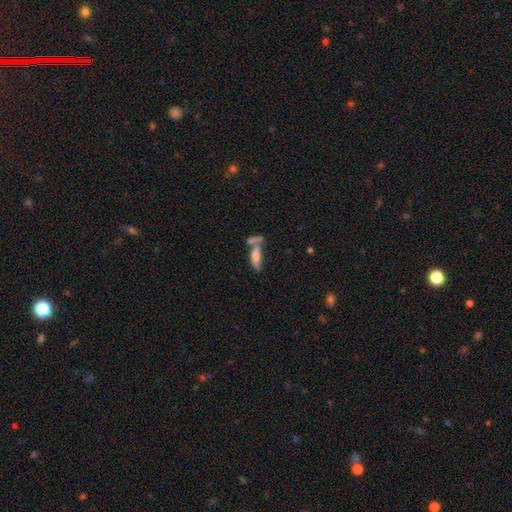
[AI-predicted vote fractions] Smooth or featured?
  - smooth: 67% *
  - featured or disk: 23%
  - star or artifact: 10%
How rounded?
  - in between: 56% *
  - cigar-shaped: 42%
  - round: 3%
Merging?
  - merger: 48% *
  - none: 31%
  - minor disturbance: 12%
  - major disturbance: 9%